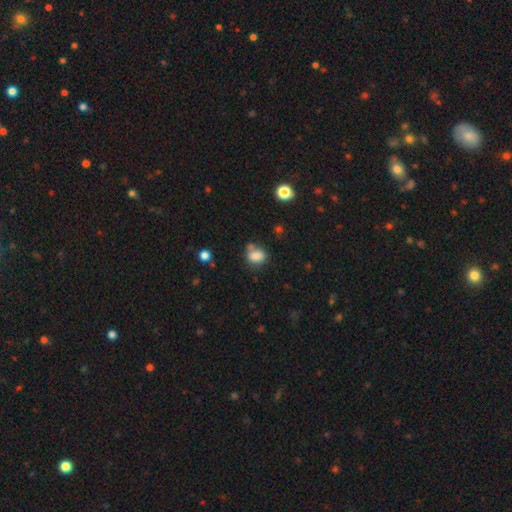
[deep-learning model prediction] Smooth or featured? Predicted: smooth (p=0.82). How rounded? Predicted: in between (p=0.58). Merging? Predicted: none (p=0.58).